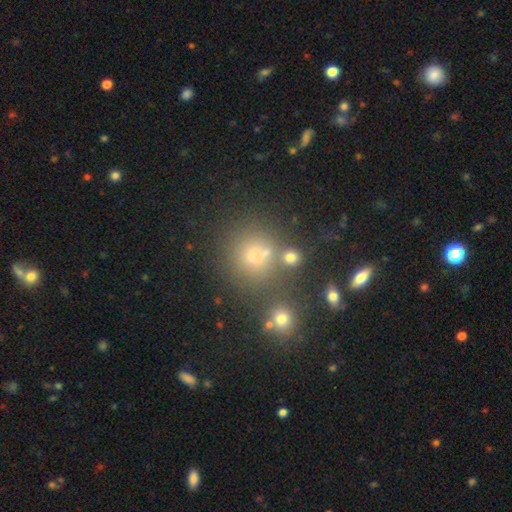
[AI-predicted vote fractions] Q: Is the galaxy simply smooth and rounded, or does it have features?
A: smooth — 66%.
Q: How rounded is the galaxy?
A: round — 85%.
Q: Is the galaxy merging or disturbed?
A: none — 63%.